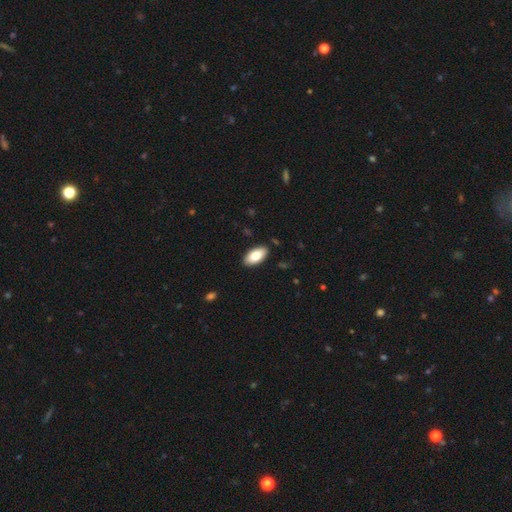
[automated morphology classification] Overall: smooth (81%). How rounded: in between (93%). Merging: none (89%).